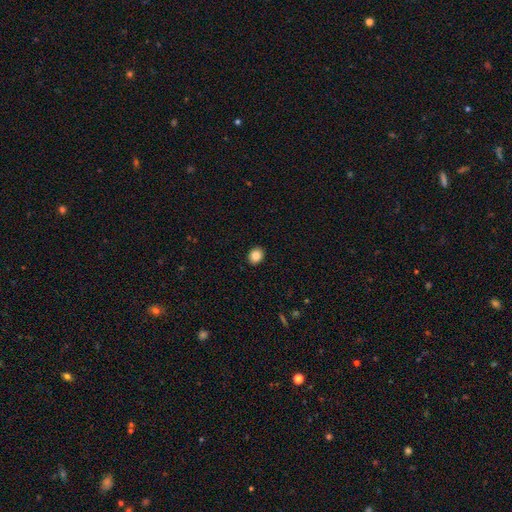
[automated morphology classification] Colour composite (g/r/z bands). It shows a smooth galaxy with no disk features (84%) that is round (52%). Merging: none (92%).